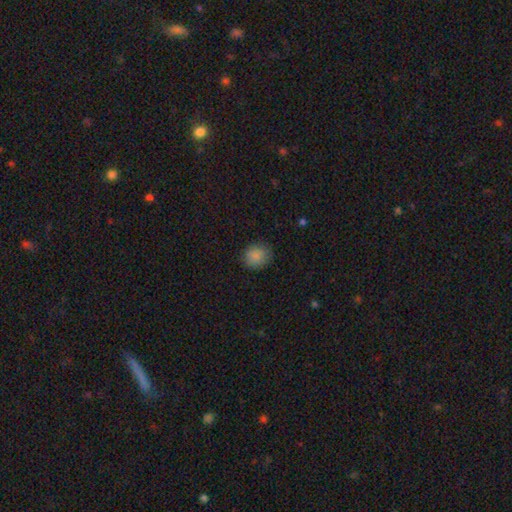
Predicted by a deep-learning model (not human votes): This is clearly a smooth galaxy (86%). How rounded: likely round (71%). Merging: clearly none (84%).